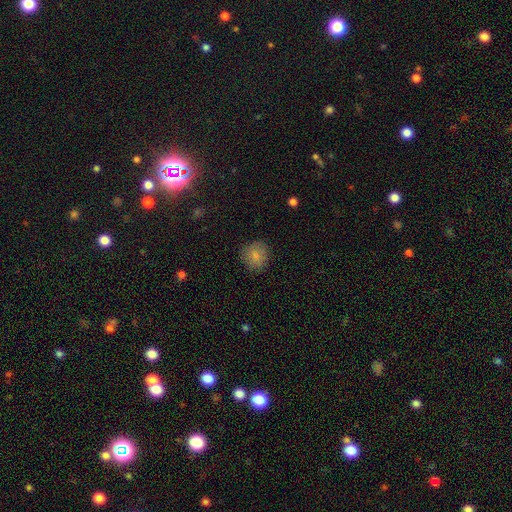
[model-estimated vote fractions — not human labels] Smooth or featured: smooth — 82% (star or artifact — 9%)
How rounded: round — 85% (in between — 14%)
Merging: none — 84% (minor disturbance — 12%)